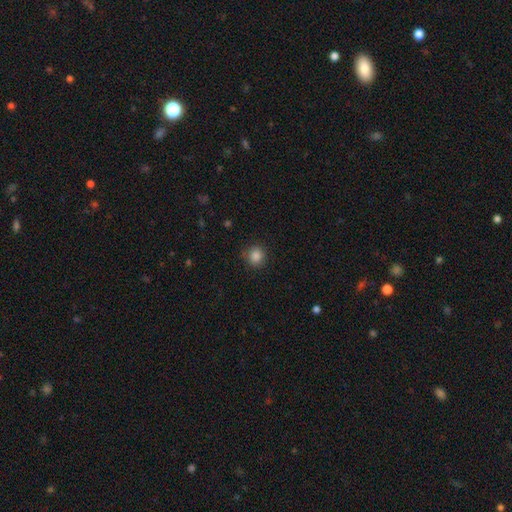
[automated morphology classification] This appears to be a smooth galaxy with no disk features (85%) that is round (89%). Merging: none (87%).